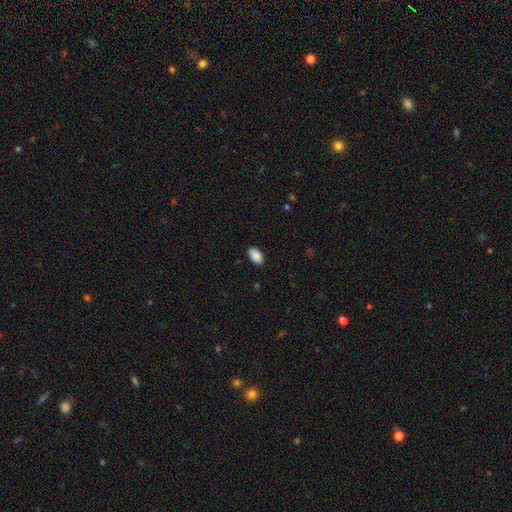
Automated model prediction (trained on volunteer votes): This is clearly a smooth galaxy (90%). How rounded: clearly in between (94%). Merging: clearly none (87%).